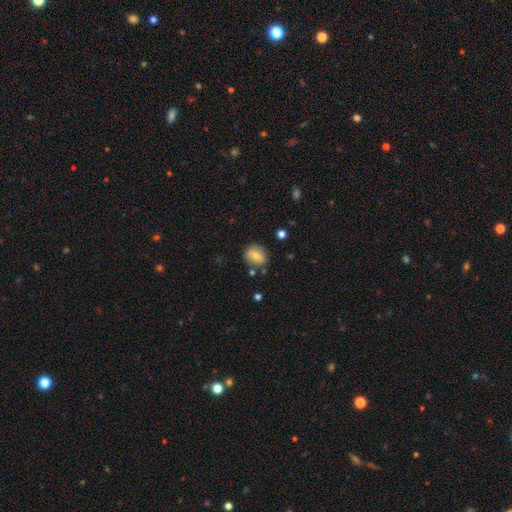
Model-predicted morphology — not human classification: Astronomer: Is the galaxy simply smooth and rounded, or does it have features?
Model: smooth — 69%.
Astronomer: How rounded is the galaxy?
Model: round — 73%.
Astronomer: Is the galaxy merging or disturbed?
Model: none — 81%.